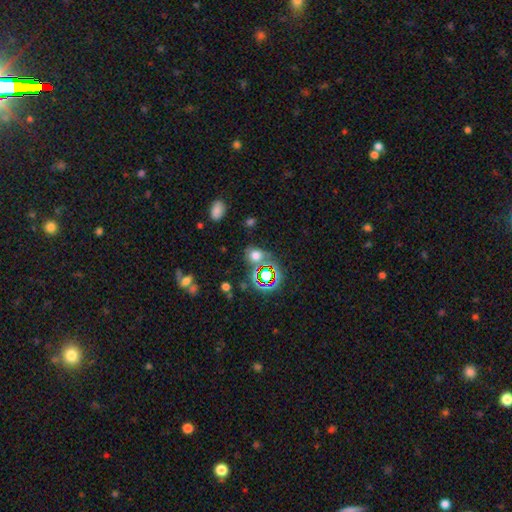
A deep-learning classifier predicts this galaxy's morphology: smooth_or_featured: smooth (p=0.60) [alt: star or artifact p=0.29]
how_rounded: round (p=0.56) [alt: in between p=0.42]
merging: none (p=0.63) [alt: minor disturbance p=0.16]